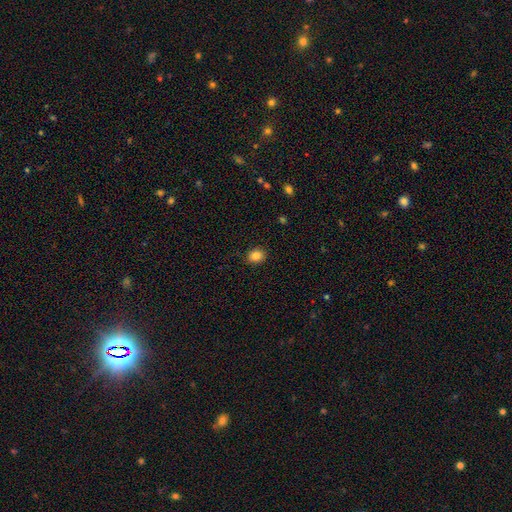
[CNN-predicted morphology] Smooth or featured? smooth (86%)
How rounded? round (55%)
Merging? none (87%)